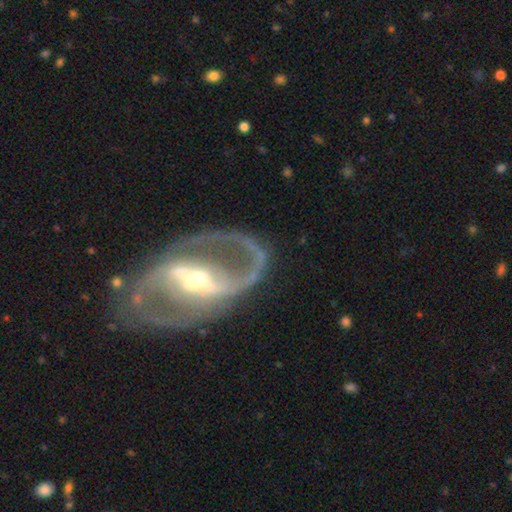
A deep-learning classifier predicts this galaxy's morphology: Smooth or featured?
  - featured or disk: 88% *
  - smooth: 7%
  - star or artifact: 5%
Edge-on disk?
  - no: 94% *
  - yes: 6%
Bar?
  - strong: 63% *
  - weak: 25%
  - no: 13%
Spiral arms?
  - yes: 85% *
  - no: 15%
Spiral winding?
  - medium: 51% *
  - loose: 27%
  - tight: 22%
Spiral arm count?
  - 2: 86% *
  - can't tell: 5%
  - 1: 4%
  - 3: 2%
  - 4: 1%
  - more than 4: 1%
Bulge size?
  - moderate: 56% *
  - small: 37%
  - large: 5%
  - none: 1%
  - dominant: 1%
Merging?
  - none: 70% *
  - minor disturbance: 14%
  - major disturbance: 12%
  - merger: 4%